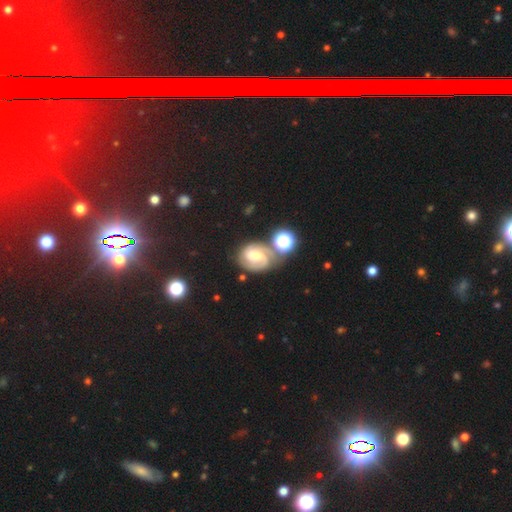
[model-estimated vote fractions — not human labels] smooth_or_featured: featured or disk (p=0.76) [alt: smooth p=0.14]
disk_edge_on: no (p=0.98) [alt: yes p=0.02]
bar: weak (p=0.49) [alt: no p=0.37]
has_spiral_arms: yes (p=0.95) [alt: no p=0.05]
spiral_winding: tight (p=0.45) [alt: medium p=0.44]
spiral_arm_count: 2 (p=0.74) [alt: can't tell p=0.10]
bulge_size: small (p=0.42) [alt: moderate p=0.40]
merging: none (p=0.58) [alt: minor disturbance p=0.18]